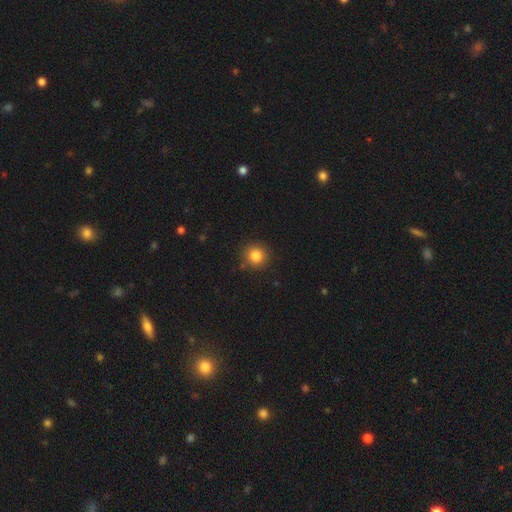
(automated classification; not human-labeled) The model was most divided on "smooth or featured": smooth: 84%, star or artifact: 11%, featured or disk: 5%. More confident: how rounded — round (93%); merging — none (88%).